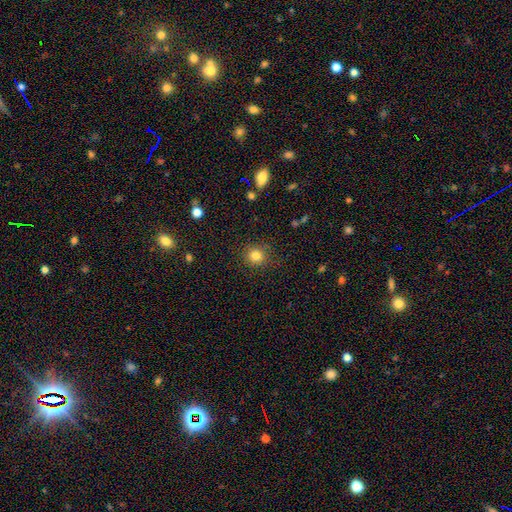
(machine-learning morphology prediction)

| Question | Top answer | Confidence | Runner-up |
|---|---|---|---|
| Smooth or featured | smooth | 82% | star or artifact (12%) |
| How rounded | round | 88% | in between (11%) |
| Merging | none | 86% | minor disturbance (10%) |